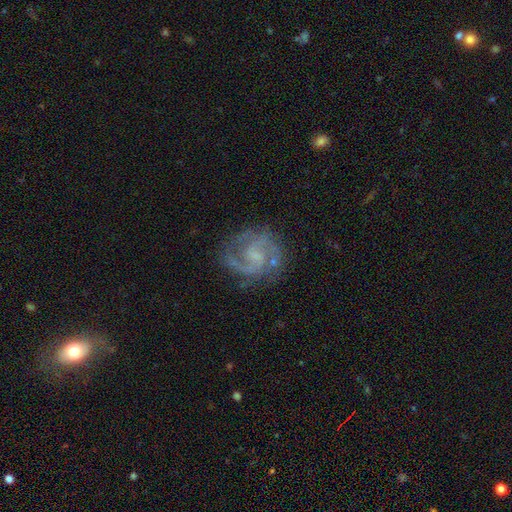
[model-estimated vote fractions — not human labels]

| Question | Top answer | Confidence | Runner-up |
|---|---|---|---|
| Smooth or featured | featured or disk | 86% | smooth (8%) |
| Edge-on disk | no | 98% | yes (2%) |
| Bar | weak | 52% | no (36%) |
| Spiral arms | yes | 96% | no (4%) |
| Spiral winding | medium | 55% | tight (28%) |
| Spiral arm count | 2 | 77% | can't tell (8%) |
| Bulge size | small | 41% | none (38%) |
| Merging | none | 72% | minor disturbance (16%) |